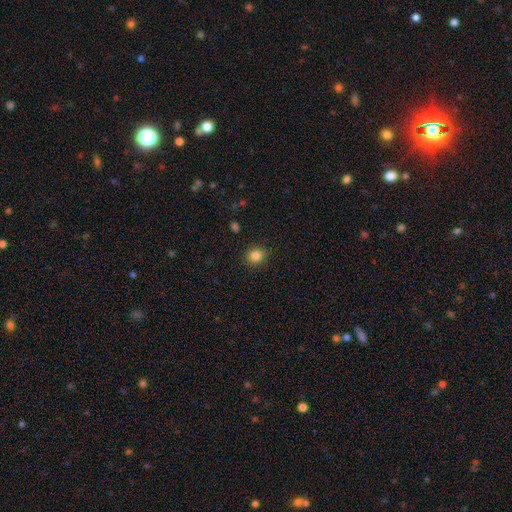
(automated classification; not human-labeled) smooth-or-featured: smooth: 84% | star or artifact: 11% | featured or disk: 4%
  how-rounded: round: 84% | in between: 15% | cigar-shaped: 1%
  merging: none: 89% | minor disturbance: 7% | major disturbance: 2% | merger: 1%